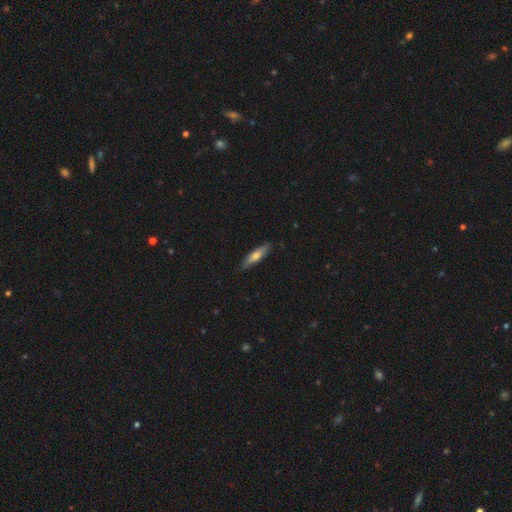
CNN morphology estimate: smooth_or_featured: smooth (p=0.58) [alt: featured or disk p=0.36]
how_rounded: cigar-shaped (p=0.76) [alt: in between p=0.22]
merging: none (p=0.86) [alt: minor disturbance p=0.12]